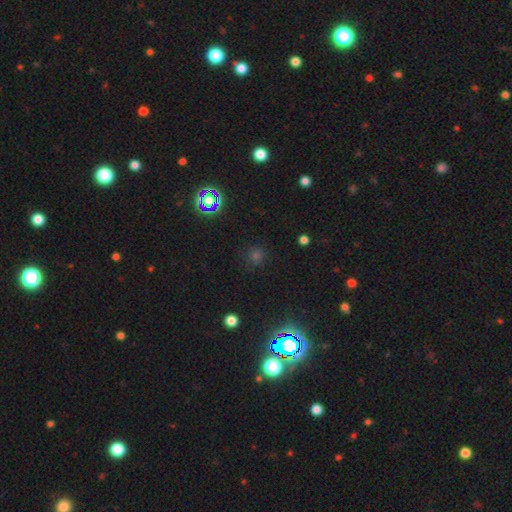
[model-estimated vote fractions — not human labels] A star or artifact, not a galaxy (48%).